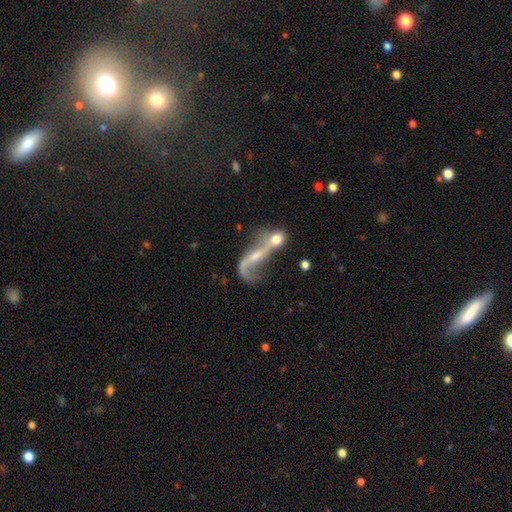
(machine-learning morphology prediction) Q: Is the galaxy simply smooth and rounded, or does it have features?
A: featured or disk — 73%.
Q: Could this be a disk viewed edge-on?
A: no — 90%.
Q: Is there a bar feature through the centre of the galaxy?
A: no — 48%.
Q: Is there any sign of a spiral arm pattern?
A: yes — 76%.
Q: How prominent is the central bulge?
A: small — 49%.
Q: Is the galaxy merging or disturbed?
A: merger — 49%.